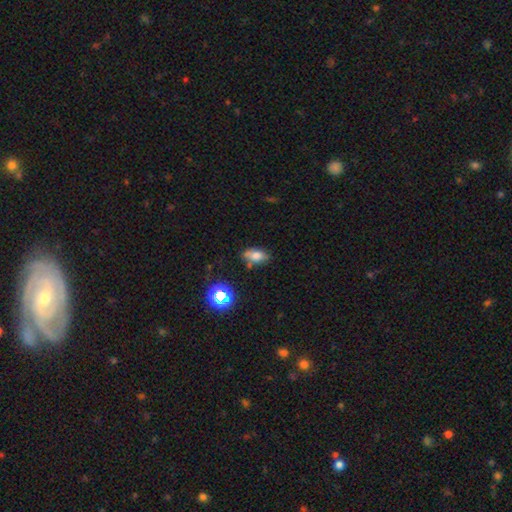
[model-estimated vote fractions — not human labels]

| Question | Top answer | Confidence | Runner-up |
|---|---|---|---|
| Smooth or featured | smooth | 71% | featured or disk (15%) |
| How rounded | in between | 84% | round (8%) |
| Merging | none | 70% | minor disturbance (19%) |